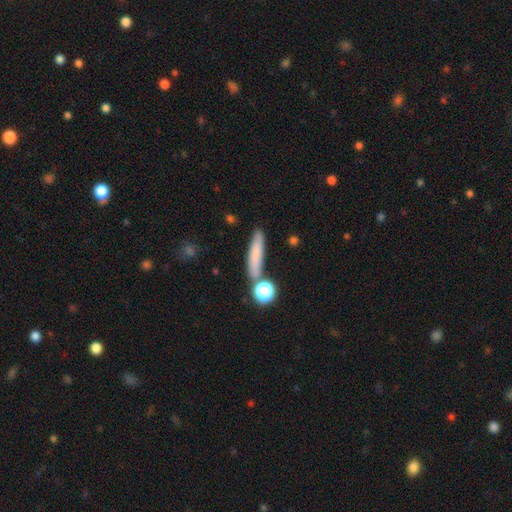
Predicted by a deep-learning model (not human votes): smooth_or_featured: smooth (p=0.73) [alt: featured or disk p=0.17]
how_rounded: cigar-shaped (p=0.78) [alt: in between p=0.17]
merging: none (p=0.72) [alt: minor disturbance p=0.14]